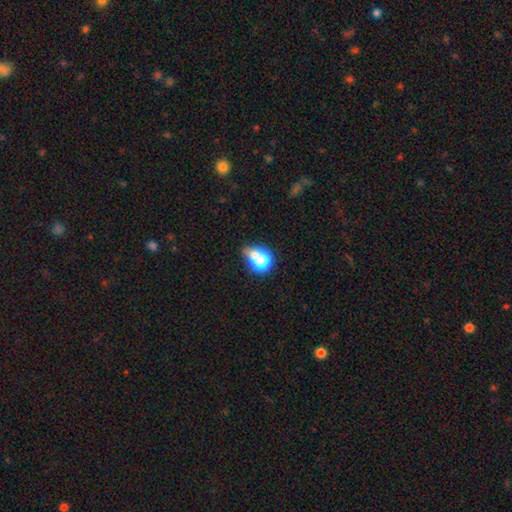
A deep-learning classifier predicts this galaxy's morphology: Smooth or featured? Predicted: smooth (p=0.69). How rounded? Predicted: in between (p=0.51). Merging? Predicted: none (p=0.32, tied with merger).